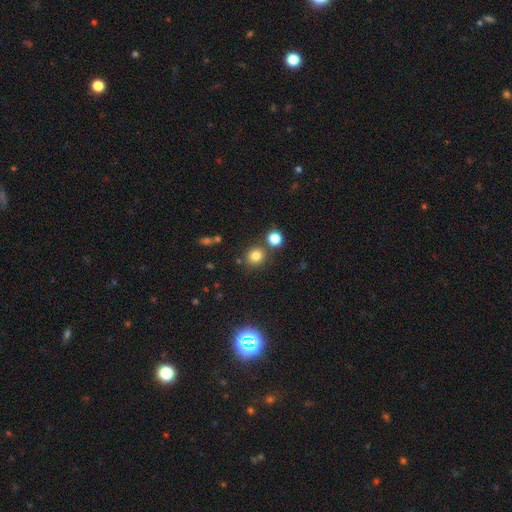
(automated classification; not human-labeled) Smooth or featured? smooth (80%)
How rounded? round (85%)
Merging? none (76%)